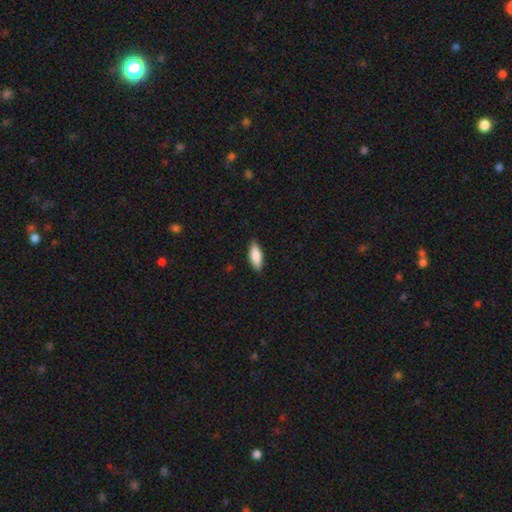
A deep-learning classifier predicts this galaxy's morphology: type=smooth (86%); roundness=in between (69%); merging=none (88%).